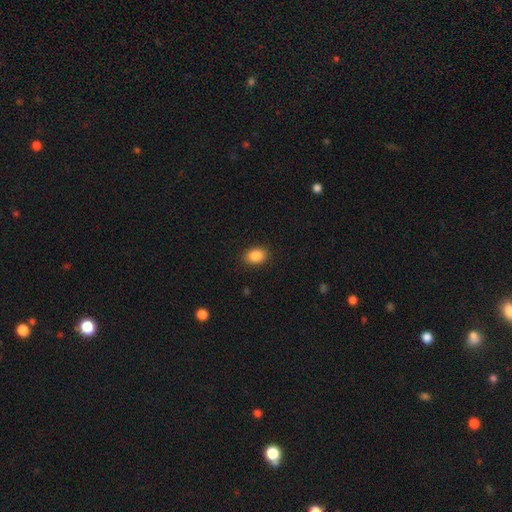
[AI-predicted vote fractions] A smooth galaxy with no disk features (88%) that is in between round and cigar-shaped (73%). Merging: none (89%).